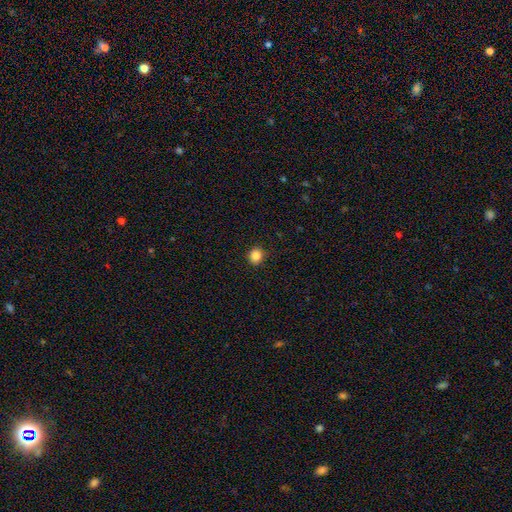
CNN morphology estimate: smooth 86%, star or artifact 10%, featured or disk 3%. Down the decision tree: how rounded — round (82%); merging — none (91%).